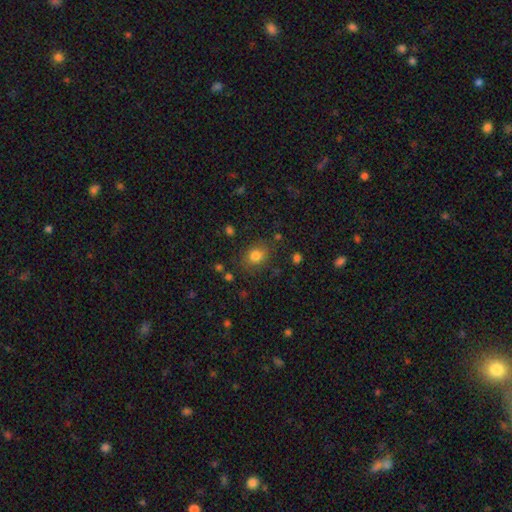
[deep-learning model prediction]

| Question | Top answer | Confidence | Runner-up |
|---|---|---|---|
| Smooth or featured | smooth | 80% | star or artifact (13%) |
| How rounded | round | 60% | in between (39%) |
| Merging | none | 81% | minor disturbance (13%) |